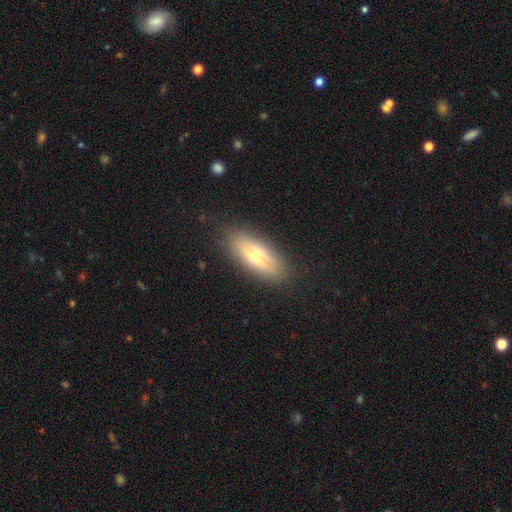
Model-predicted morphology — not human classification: A smooth galaxy with no disk features (55%) that is in between round and cigar-shaped (57%). Merging: none (85%).